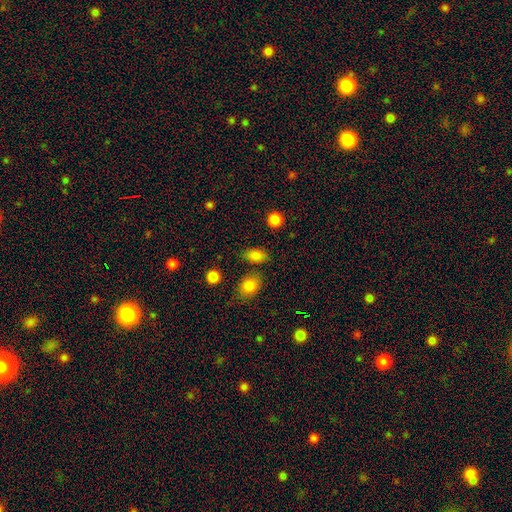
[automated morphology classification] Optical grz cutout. It shows a smooth galaxy with no disk features (84%) that is in between round and cigar-shaped (83%). Merging: none (80%).